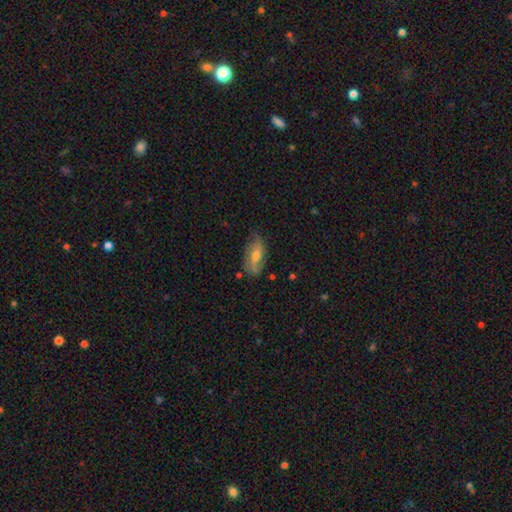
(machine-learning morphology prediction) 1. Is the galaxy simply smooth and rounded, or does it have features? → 53% featured or disk, 39% smooth, 8% star or artifact.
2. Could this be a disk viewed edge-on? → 85% no, 15% yes.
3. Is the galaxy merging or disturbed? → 71% none, 22% minor disturbance, 5% major disturbance, 2% merger.